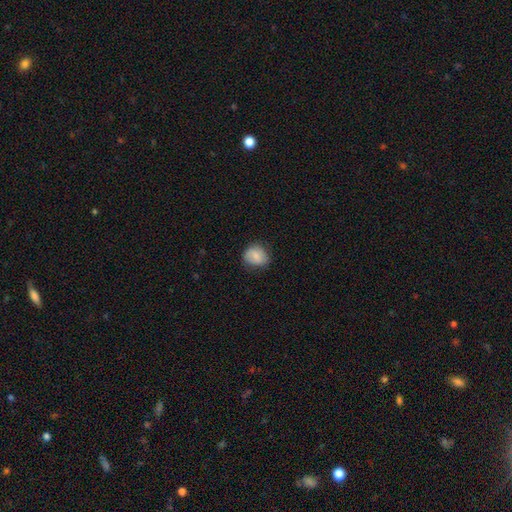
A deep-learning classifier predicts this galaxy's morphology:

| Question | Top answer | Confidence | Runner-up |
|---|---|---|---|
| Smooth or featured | smooth | 75% | featured or disk (17%) |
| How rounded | round | 64% | in between (35%) |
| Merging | none | 70% | minor disturbance (23%) |